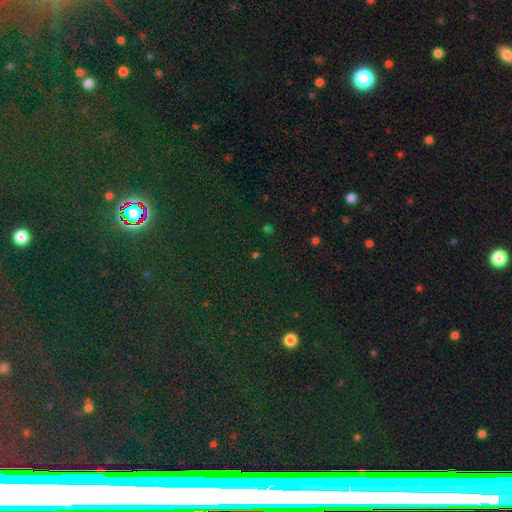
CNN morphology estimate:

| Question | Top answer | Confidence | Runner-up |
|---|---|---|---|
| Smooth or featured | star or artifact | 73% | smooth (19%) |